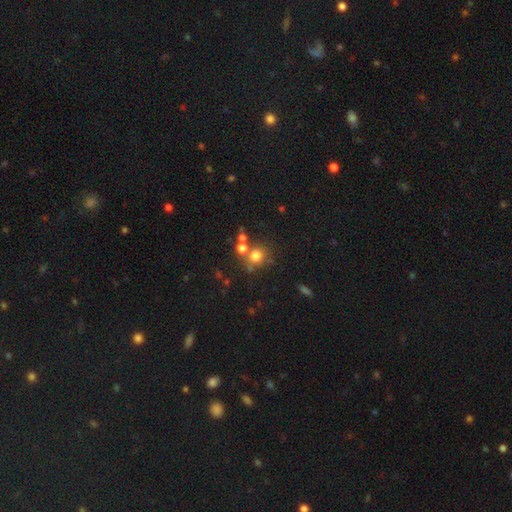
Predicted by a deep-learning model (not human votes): smooth 73%, star or artifact 16%, featured or disk 10%. Down the decision tree: how rounded — round (85%); merging — none (63%).